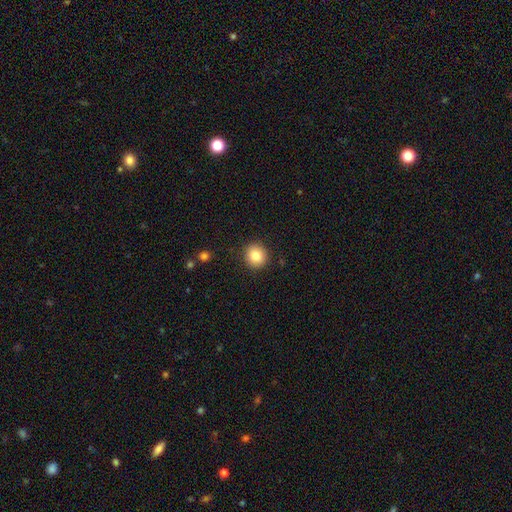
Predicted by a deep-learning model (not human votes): A smooth galaxy with no disk features (84%) that is round (89%).

Vote fractions:
- Smooth or featured? smooth: 84% / star or artifact: 9% / featured or disk: 7%
- How rounded? round: 89% / in between: 10% / cigar-shaped: 1%
- Merging? none: 91% / minor disturbance: 6% / major disturbance: 2% / merger: 1%